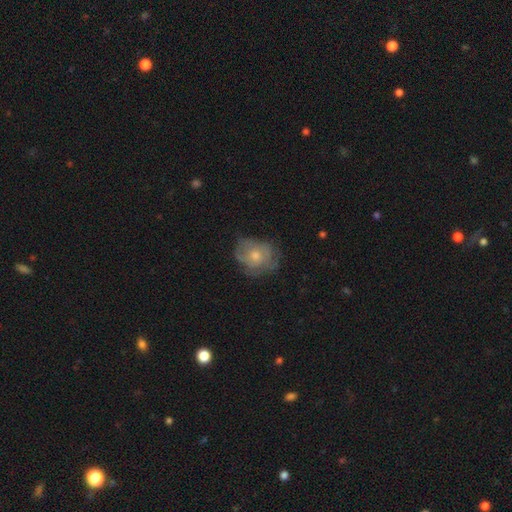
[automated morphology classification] smooth_or_featured: smooth (p=0.47) [alt: featured or disk p=0.45]
merging: none (p=0.57) [alt: minor disturbance p=0.28]